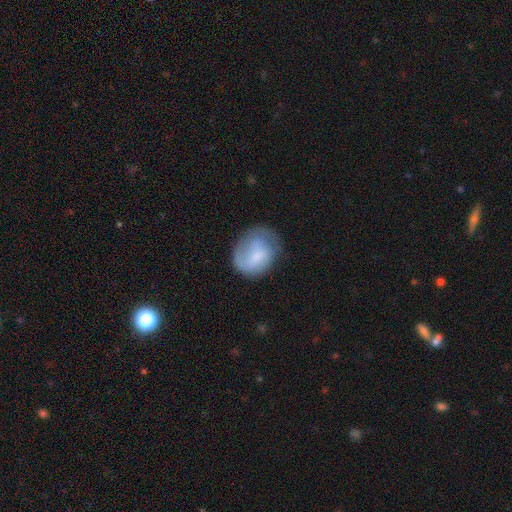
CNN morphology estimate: type=smooth (61%); roundness=round (52%); merging=none (51%).